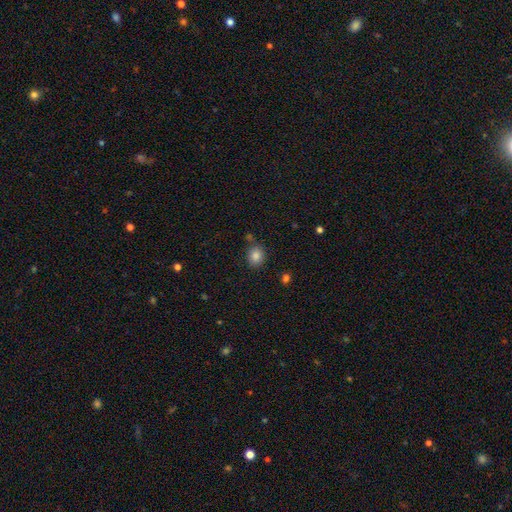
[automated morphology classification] Overall: smooth (85%). How rounded: round (69%; in between 30%). Merging: none (79%).